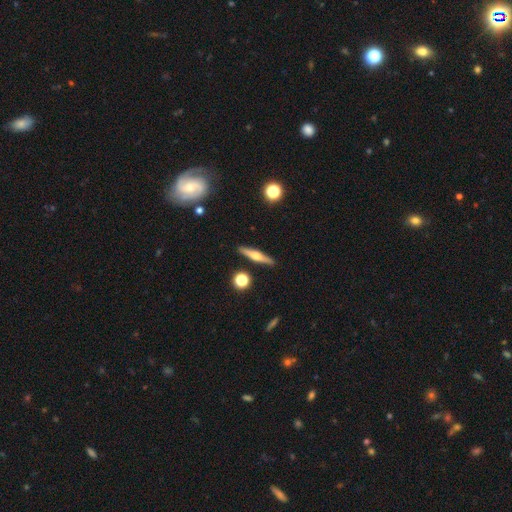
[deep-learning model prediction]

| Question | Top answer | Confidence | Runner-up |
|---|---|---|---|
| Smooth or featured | featured or disk | 58% | smooth (35%) |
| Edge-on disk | yes | 96% | no (4%) |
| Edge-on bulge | rounded | 90% | none (5%) |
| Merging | none | 90% | minor disturbance (6%) |